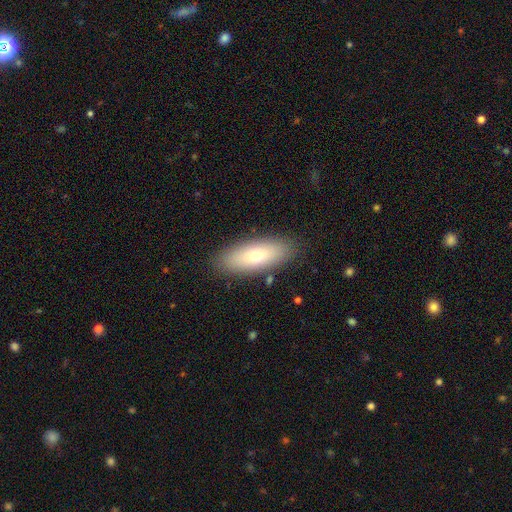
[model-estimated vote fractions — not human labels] This appears to be a smooth galaxy with no disk features (66%) that is in between round and cigar-shaped (75%). Merging: none (88%).